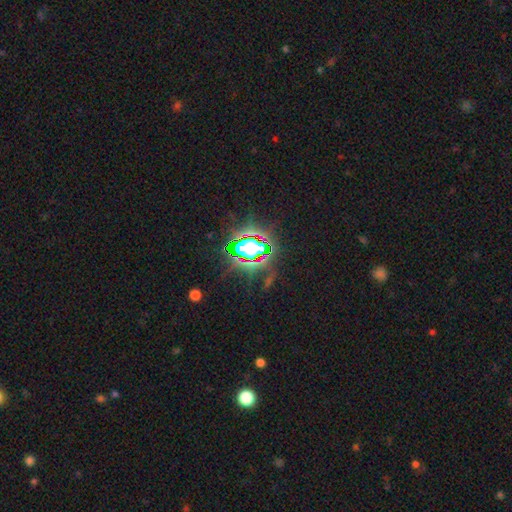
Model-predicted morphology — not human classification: star or artifact 80%, smooth 12%, featured or disk 9%.